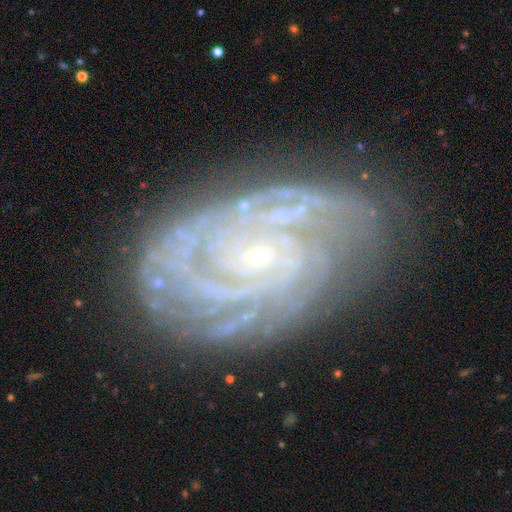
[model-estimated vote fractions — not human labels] Smooth or featured? featured or disk (89%)
Edge-on disk? no (96%)
Bar? no (70%)
Spiral arms? yes (98%)
Spiral winding? tight (77%)
Spiral arm count? 3 (20%, tied with can't tell)
Bulge size? small (84%)
Merging? none (78%)